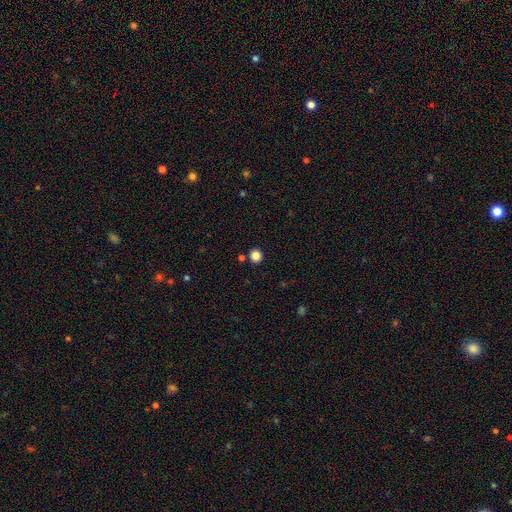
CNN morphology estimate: This appears to be a smooth galaxy with no disk features (85%) that is round (92%). Merging: none (88%).